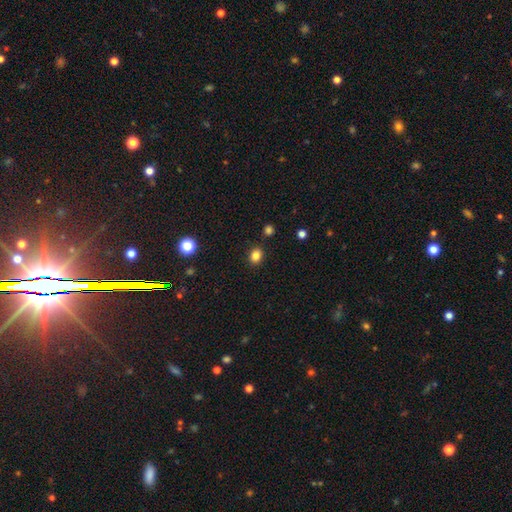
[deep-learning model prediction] Overall: smooth (83%). How rounded: round (55%; in between 45%). Merging: none (86%).